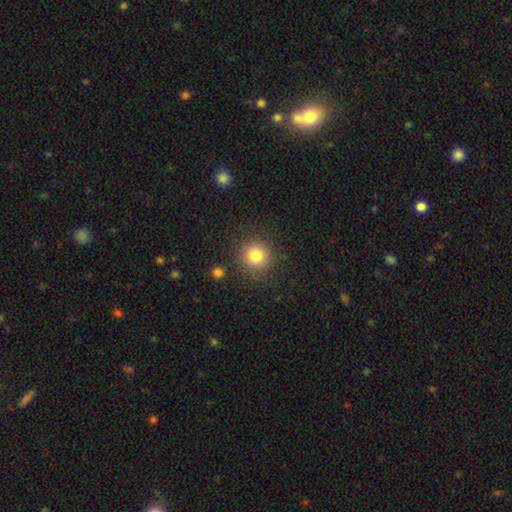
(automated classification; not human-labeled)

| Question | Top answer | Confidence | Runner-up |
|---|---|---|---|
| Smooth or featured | smooth | 81% | star or artifact (12%) |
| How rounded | round | 93% | in between (6%) |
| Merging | none | 86% | minor disturbance (8%) |